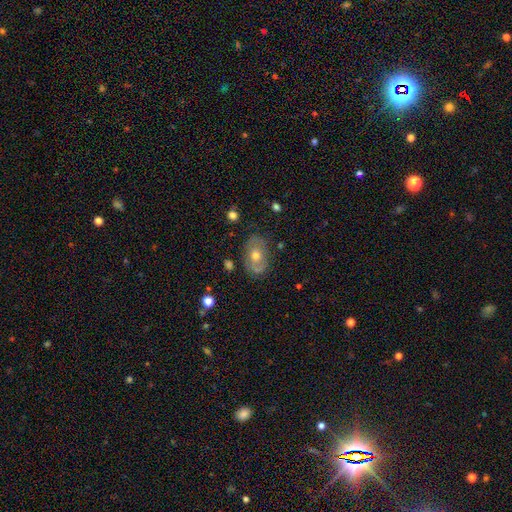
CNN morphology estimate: This appears to be a featured or disk galaxy (48%). Merging: none (76%).